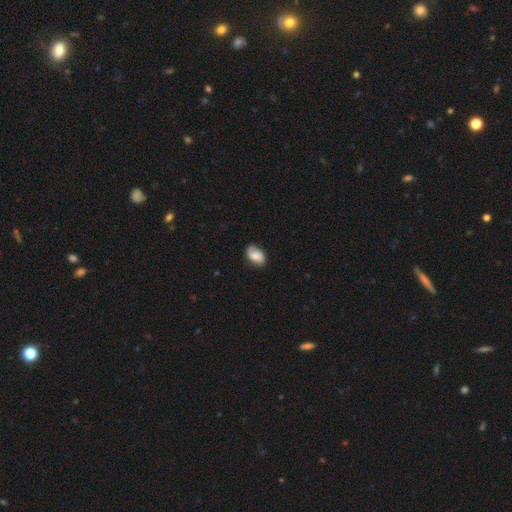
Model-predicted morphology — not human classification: Smooth or featured: smooth — 81% (featured or disk — 12%)
How rounded: in between — 88% (round — 10%)
Merging: none — 78% (minor disturbance — 18%)